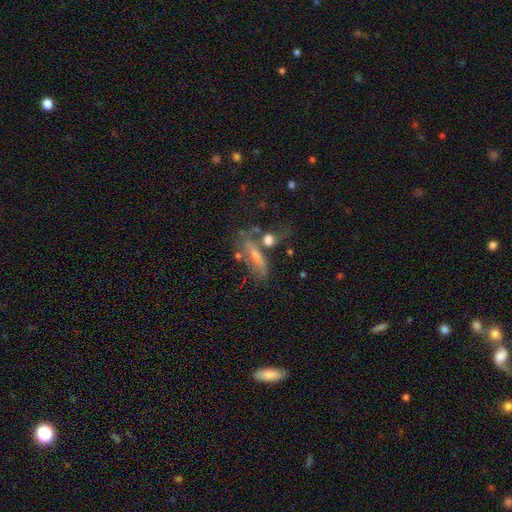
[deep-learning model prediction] A smooth galaxy with no disk features (49%). Merging: none (45%).